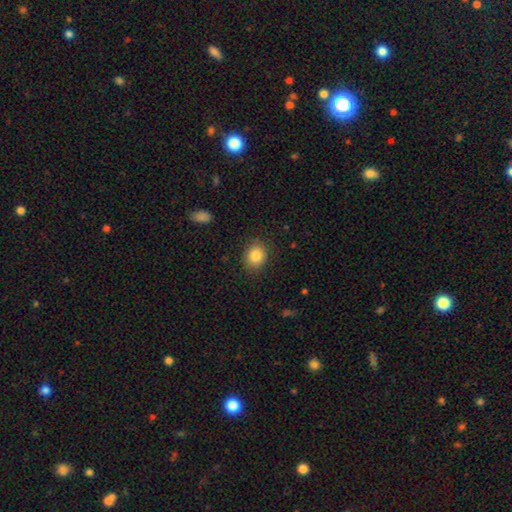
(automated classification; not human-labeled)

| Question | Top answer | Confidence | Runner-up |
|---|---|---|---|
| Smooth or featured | smooth | 85% | star or artifact (9%) |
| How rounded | round | 60% | in between (39%) |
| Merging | none | 86% | minor disturbance (10%) |